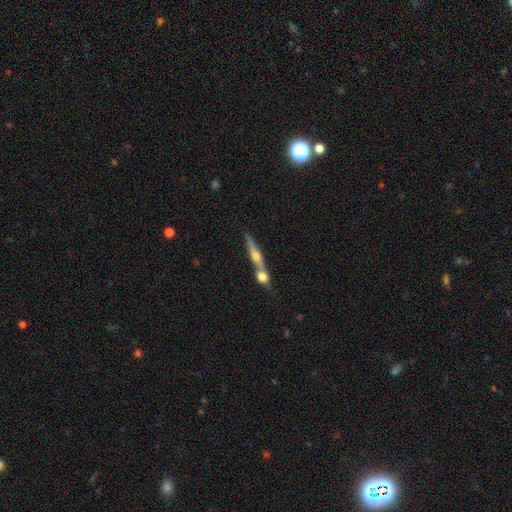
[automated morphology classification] Smooth or featured? Predicted: featured or disk (p=0.60). Edge-on disk? Predicted: yes (p=0.91). Edge-on bulge? Predicted: rounded (p=0.91). Merging? Predicted: merger (p=0.49).